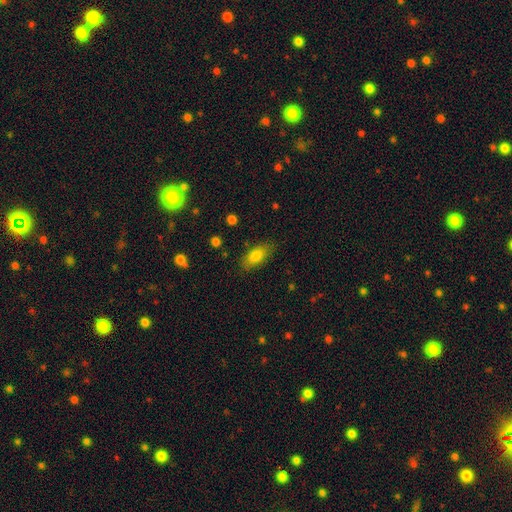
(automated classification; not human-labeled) Smooth or featured? smooth (81%)
How rounded? in between (84%)
Merging? none (82%)